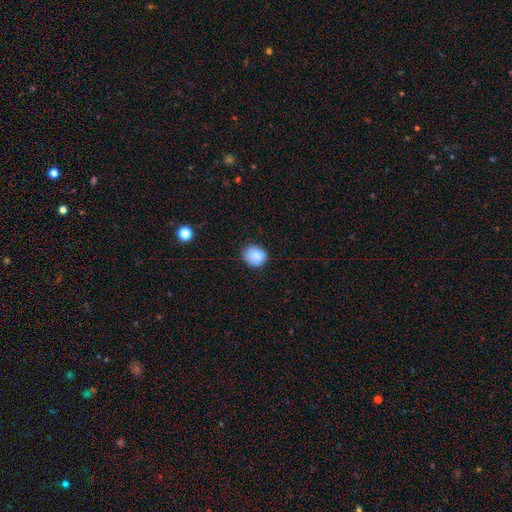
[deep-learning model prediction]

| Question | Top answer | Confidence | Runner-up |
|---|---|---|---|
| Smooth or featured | smooth | 85% | star or artifact (8%) |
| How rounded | round | 66% | in between (33%) |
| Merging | none | 78% | minor disturbance (17%) |